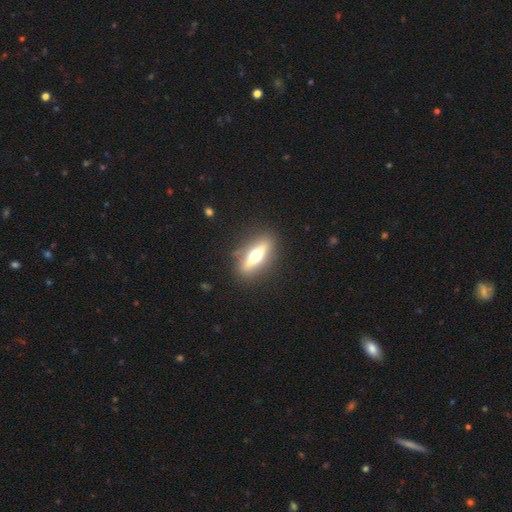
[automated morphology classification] Smooth or featured? featured or disk (60%)
Edge-on disk? yes (85%)
Edge-on bulge? rounded (95%)
Merging? none (87%)